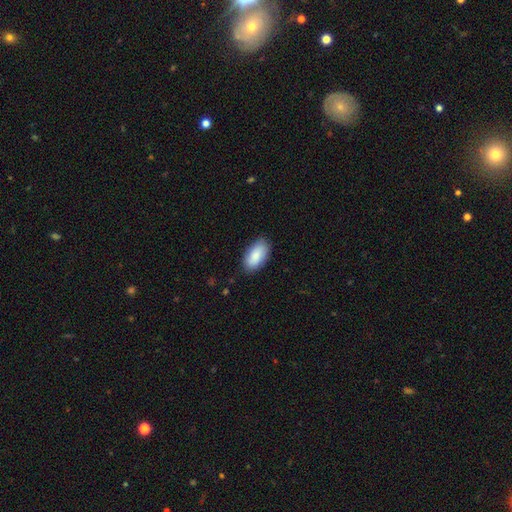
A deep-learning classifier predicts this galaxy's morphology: smooth 85%, featured or disk 9%, star or artifact 6%. Down the decision tree: how rounded — in between (95%); merging — none (85%).